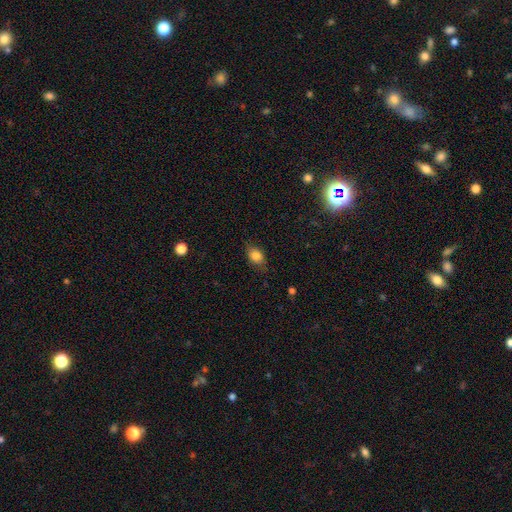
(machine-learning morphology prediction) Smooth or featured? smooth (81%)
How rounded? in between (75%)
Merging? none (74%)